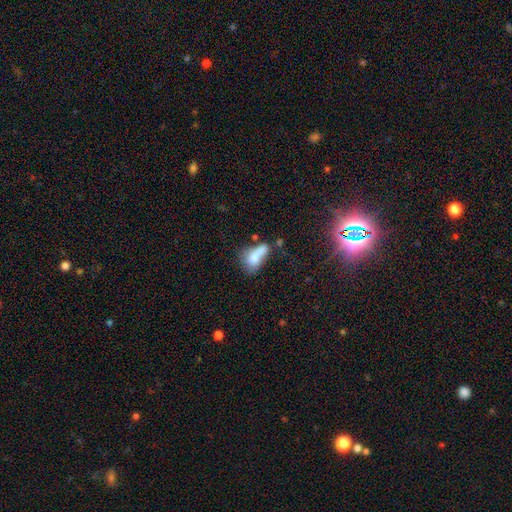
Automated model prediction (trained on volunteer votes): A smooth galaxy with no disk features (69%) that is in between round and cigar-shaped (76%). Merging: merger (37%).